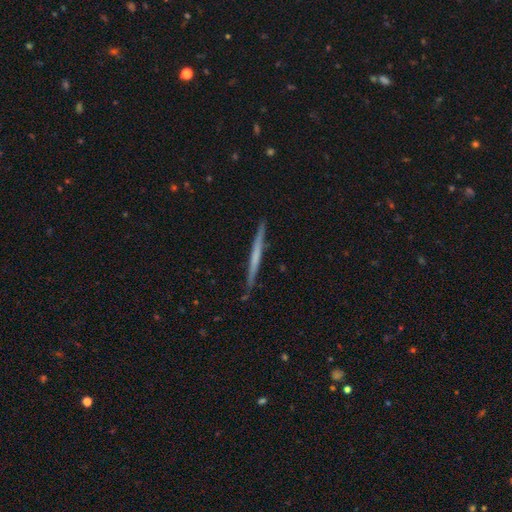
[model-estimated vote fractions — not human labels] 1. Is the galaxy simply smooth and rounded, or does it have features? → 55% featured or disk, 40% smooth, 5% star or artifact.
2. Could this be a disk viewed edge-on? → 98% yes, 2% no.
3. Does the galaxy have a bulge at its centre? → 84% none, 10% rounded, 6% boxy.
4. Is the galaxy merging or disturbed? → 90% none, 8% minor disturbance, 1% major disturbance, 1% merger.